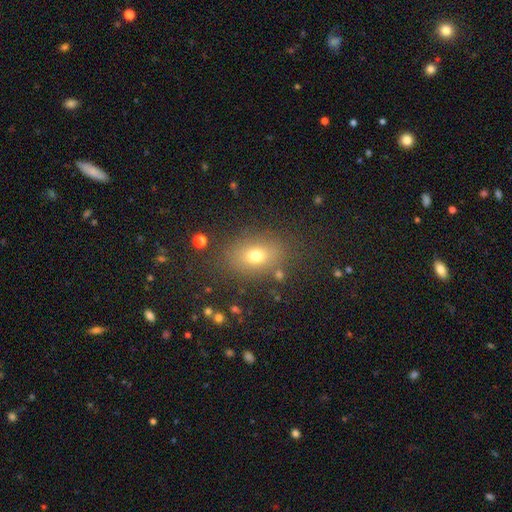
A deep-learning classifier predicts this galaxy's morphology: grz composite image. It shows a smooth galaxy with no disk features (73%) that is in between round and cigar-shaped (69%). Merging: none (82%).